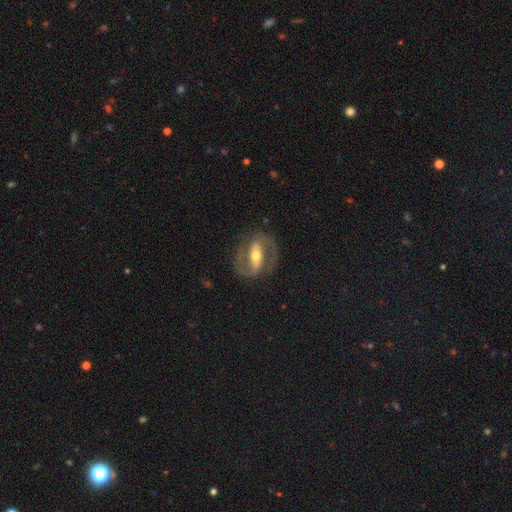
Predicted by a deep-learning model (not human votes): Q: Smooth or featured?
A: featured or disk (85%); runner-up: smooth (11%)
Q: Edge-on disk?
A: no (93%); runner-up: yes (7%)
Q: Bar?
A: strong (66%); runner-up: weak (22%)
Q: Spiral arms?
A: yes (87%); runner-up: no (13%)
Q: Spiral winding?
A: medium (53%); runner-up: tight (29%)
Q: Spiral arm count?
A: 2 (89%); runner-up: can't tell (4%)
Q: Bulge size?
A: moderate (63%); runner-up: small (28%)
Q: Merging?
A: none (78%); runner-up: minor disturbance (12%)